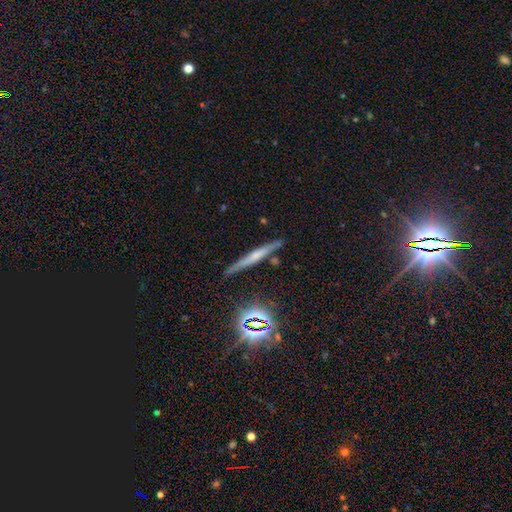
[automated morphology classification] This is possibly a featured or disk galaxy (47%). Merging: clearly none (84%).